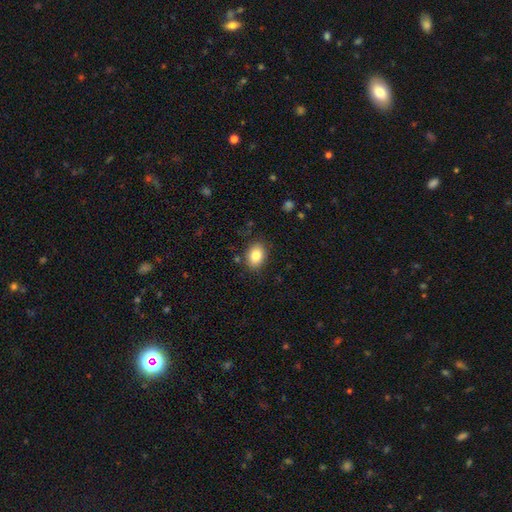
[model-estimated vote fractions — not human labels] Morphology: type=smooth (84%); roundness=in between (71%); merging=none (85%).